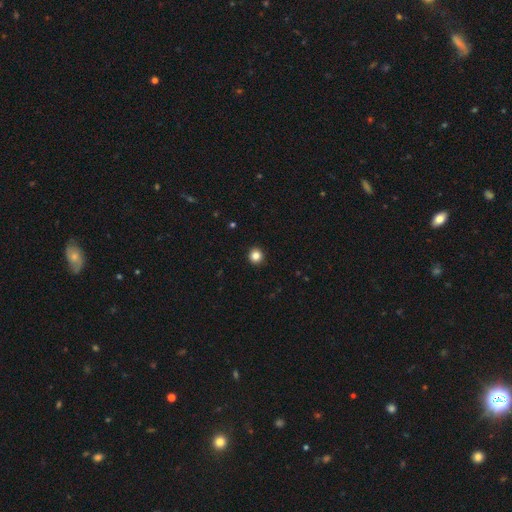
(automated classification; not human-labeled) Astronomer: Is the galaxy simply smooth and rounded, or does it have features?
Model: smooth — 84%.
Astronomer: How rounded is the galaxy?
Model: round — 95%.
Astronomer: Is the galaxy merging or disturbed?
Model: none — 94%.